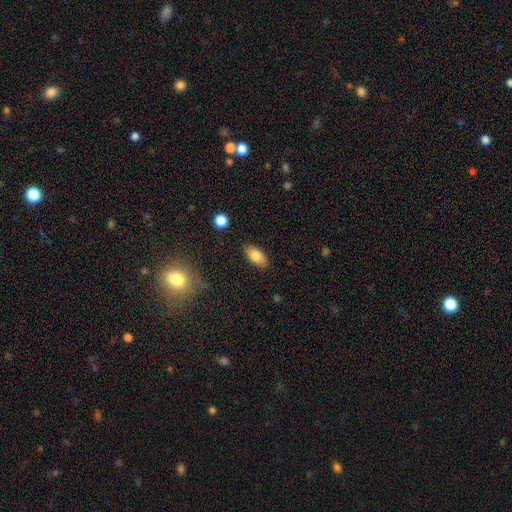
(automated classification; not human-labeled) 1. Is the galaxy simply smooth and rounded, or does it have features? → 80% smooth, 13% featured or disk, 8% star or artifact.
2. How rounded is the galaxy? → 89% in between, 7% cigar-shaped, 3% round.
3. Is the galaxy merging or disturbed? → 85% none, 11% minor disturbance, 2% major disturbance, 1% merger.